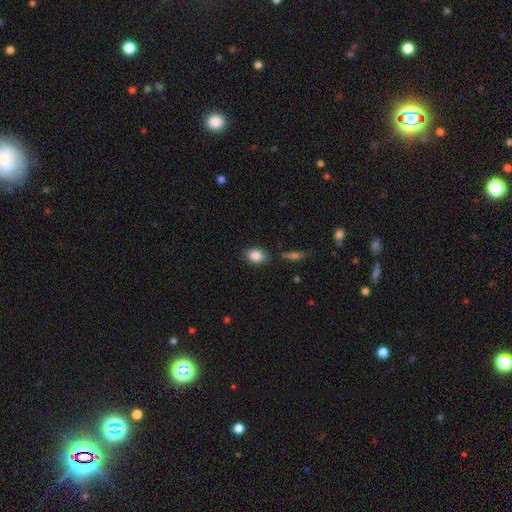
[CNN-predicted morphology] This appears to be a smooth galaxy with no disk features (86%) that is in between round and cigar-shaped (71%). Merging: none (81%).